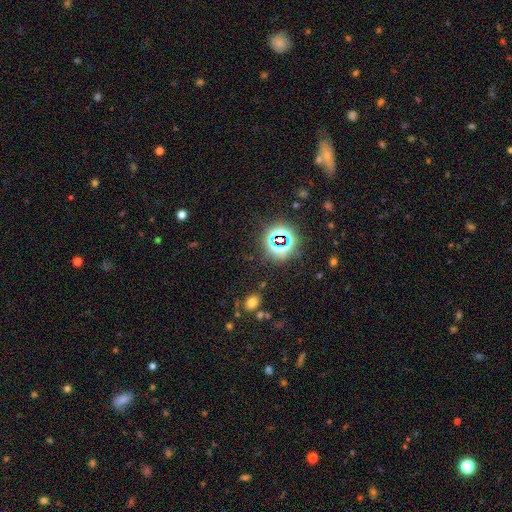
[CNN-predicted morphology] Q: Smooth or featured?
A: star or artifact (76%); runner-up: smooth (15%)